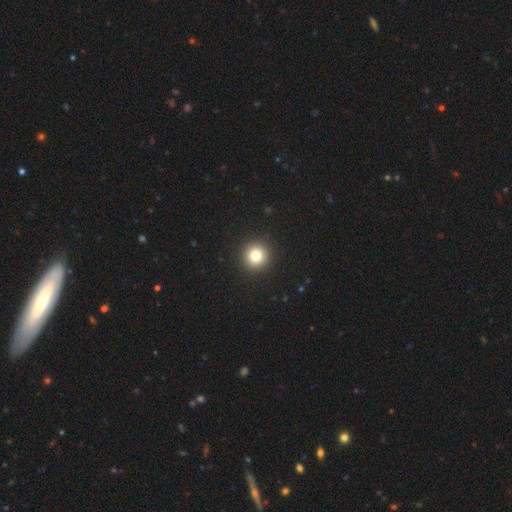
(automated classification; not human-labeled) smooth 79%, star or artifact 13%, featured or disk 8%. Down the decision tree: how rounded — round (95%); merging — none (93%).